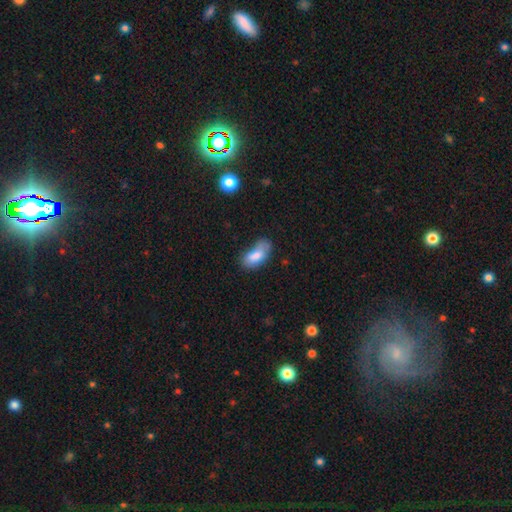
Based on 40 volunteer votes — This appears to be a smooth galaxy with no disk features (82%) that is in between round and cigar-shaped (79%). Merging: none (39%).